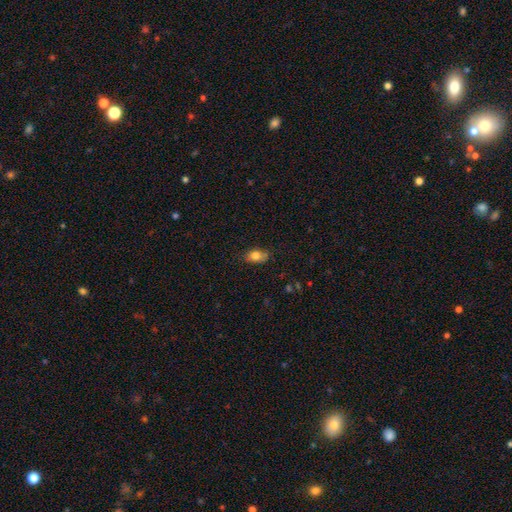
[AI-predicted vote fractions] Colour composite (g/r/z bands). It shows a smooth galaxy with no disk features (80%) that is in between round and cigar-shaped (83%). Merging: none (73%).